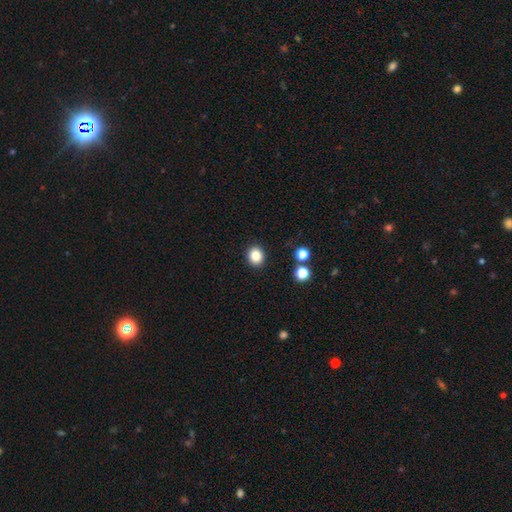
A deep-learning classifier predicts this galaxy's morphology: Overall: smooth (85%). How rounded: round (69%; in between 30%). Merging: none (90%).